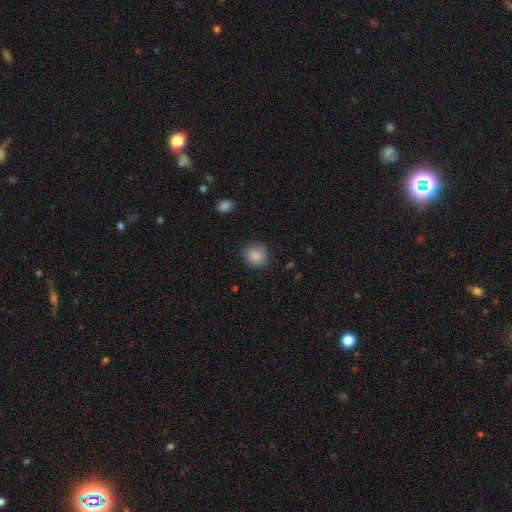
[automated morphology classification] Smooth or featured: smooth — 87% (star or artifact — 9%)
How rounded: round — 87% (in between — 12%)
Merging: none — 82% (minor disturbance — 14%)